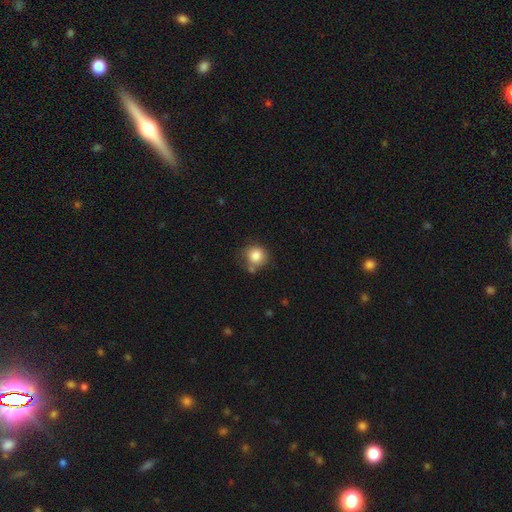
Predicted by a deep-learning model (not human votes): Smooth or featured? Predicted: smooth (p=0.84). How rounded? Predicted: round (p=0.84). Merging? Predicted: none (p=0.62).